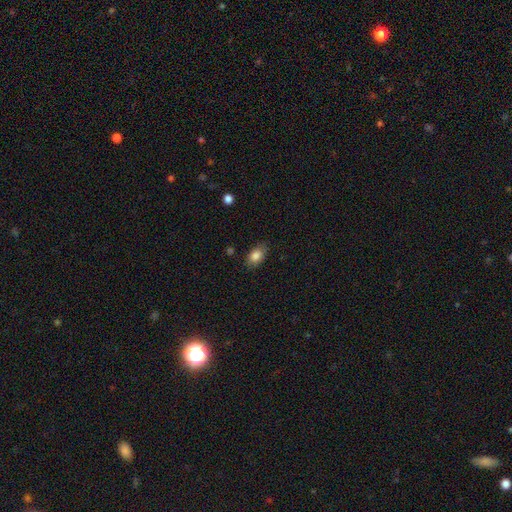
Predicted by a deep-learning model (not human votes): Overall: smooth (85%). How rounded: in between (87%). Merging: none (80%).